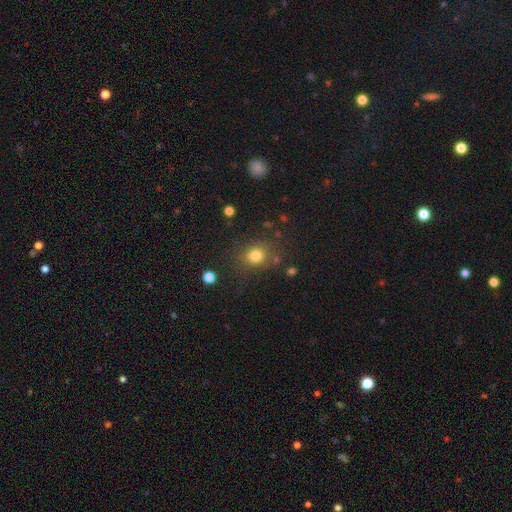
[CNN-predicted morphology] smooth_or_featured: smooth (p=0.78) [alt: star or artifact p=0.14]
how_rounded: round (p=0.63) [alt: in between p=0.35]
merging: none (p=0.76) [alt: minor disturbance p=0.13]